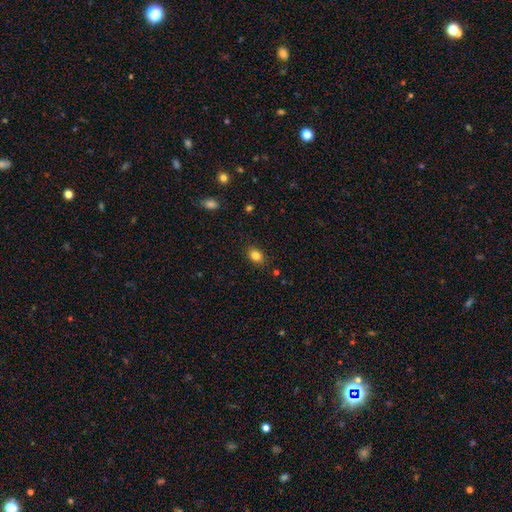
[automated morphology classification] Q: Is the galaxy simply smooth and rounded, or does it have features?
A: smooth — 83%.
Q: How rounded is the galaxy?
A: in between — 73%.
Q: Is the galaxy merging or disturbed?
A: none — 86%.